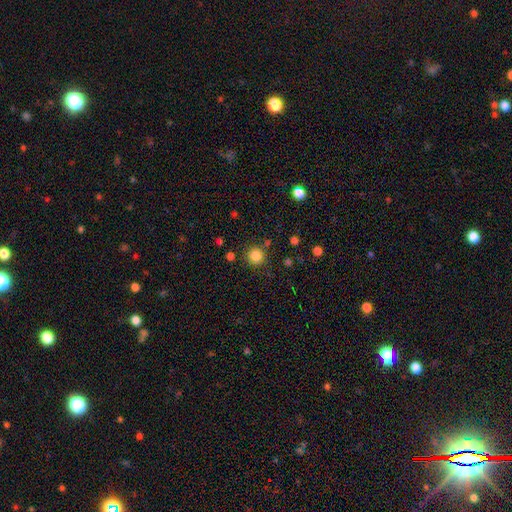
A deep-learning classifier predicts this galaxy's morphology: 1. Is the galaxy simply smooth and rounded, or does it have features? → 84% smooth, 12% star or artifact, 4% featured or disk.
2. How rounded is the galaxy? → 93% round, 6% in between, 1% cigar-shaped.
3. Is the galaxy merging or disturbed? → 85% none, 8% minor disturbance, 4% merger, 3% major disturbance.